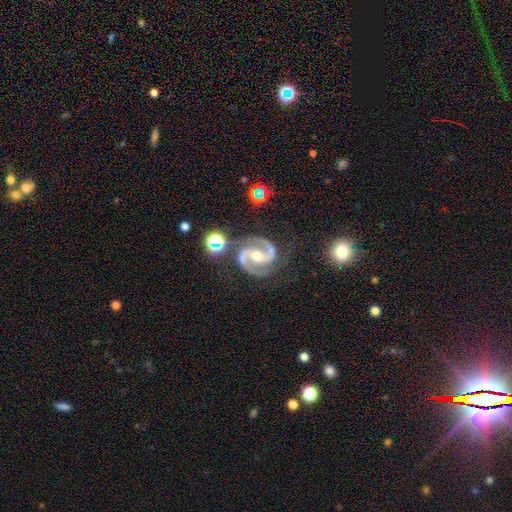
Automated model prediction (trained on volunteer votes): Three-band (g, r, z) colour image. It shows a featured or disk galaxy (91%) with no bar (37%), 2 (92%) medium (55%) spiral arms (98%) and a moderate central bulge (63%). Merging: none (74%).